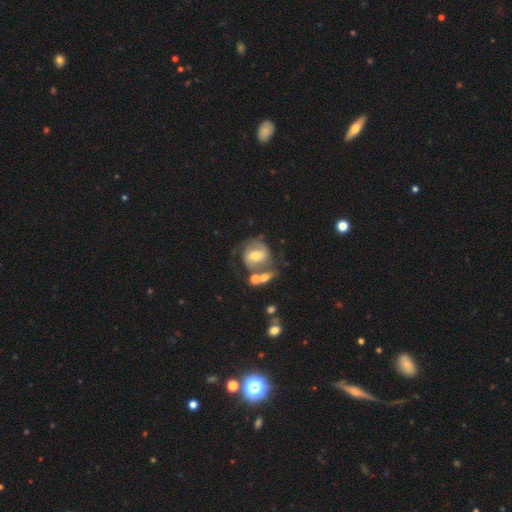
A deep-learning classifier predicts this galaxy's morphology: smooth-or-featured: featured or disk: 63% | smooth: 30% | star or artifact: 7%
  disk-edge-on: no: 96% | yes: 4%
    bar: weak: 43% | no: 30% | strong: 27%
    has-spiral-arms: yes: 79% | no: 21%
    bulge-size: moderate: 63% | small: 26% | large: 8% | none: 2% | dominant: 1%
  merging: none: 48% | merger: 23% | minor disturbance: 17% | major disturbance: 12%